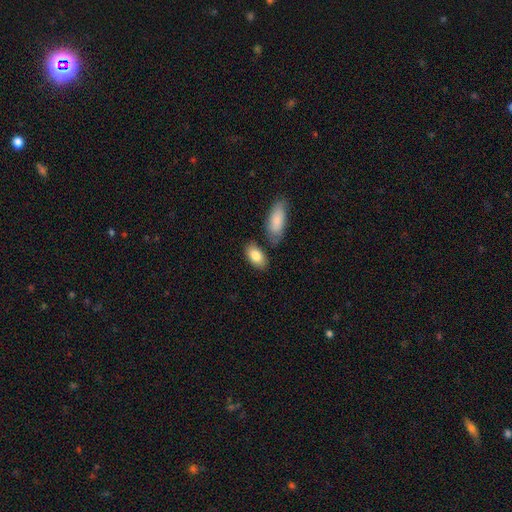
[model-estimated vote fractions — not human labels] The model was most divided on "merging": none: 71%, minor disturbance: 14%, merger: 12%, major disturbance: 3%. More confident: how rounded — in between (92%); smooth or featured — smooth (83%).